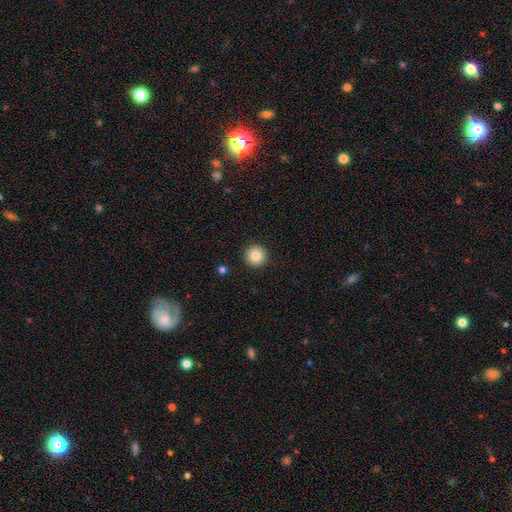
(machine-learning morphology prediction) Smooth or featured? smooth (85%)
How rounded? round (96%)
Merging? none (93%)